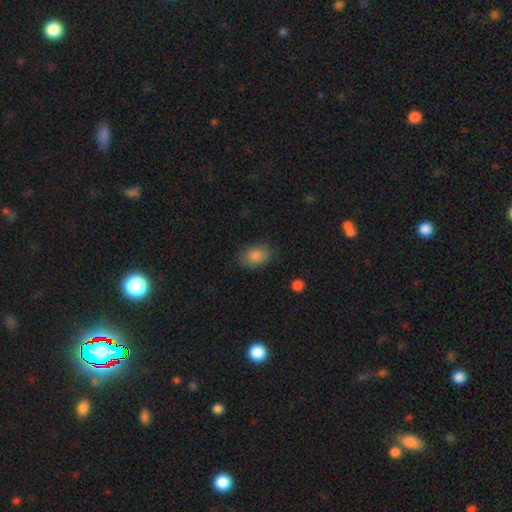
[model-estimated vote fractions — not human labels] Smooth or featured?
  - smooth: 84% *
  - star or artifact: 9%
  - featured or disk: 7%
How rounded?
  - in between: 73% *
  - round: 26%
  - cigar-shaped: 1%
Merging?
  - none: 76% *
  - minor disturbance: 18%
  - major disturbance: 5%
  - merger: 1%